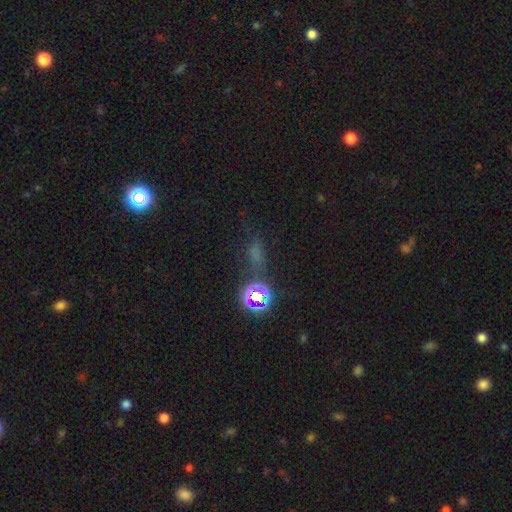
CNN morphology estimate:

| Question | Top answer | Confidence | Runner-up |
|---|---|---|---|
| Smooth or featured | star or artifact | 51% | smooth (37%) |